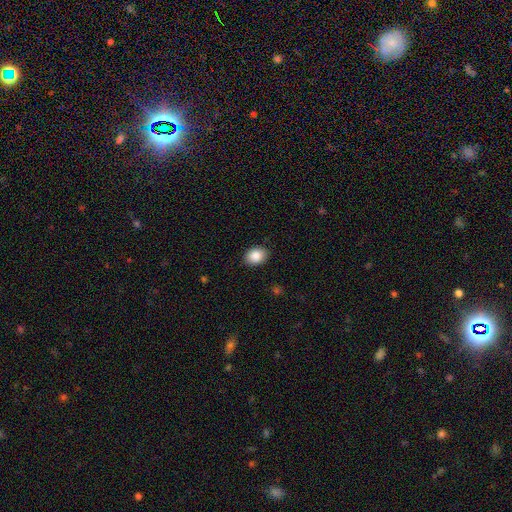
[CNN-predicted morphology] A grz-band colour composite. It shows a smooth galaxy with no disk features (87%) that is in between round and cigar-shaped (69%). Merging: none (88%).